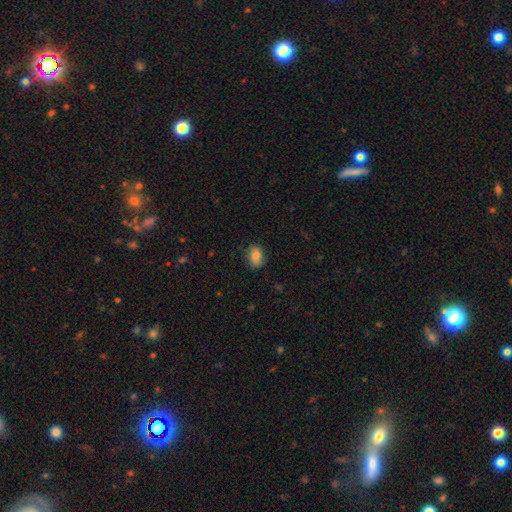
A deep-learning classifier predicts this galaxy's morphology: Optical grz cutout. It shows a smooth galaxy with no disk features (80%) that is in between round and cigar-shaped (66%). Merging: none (80%).